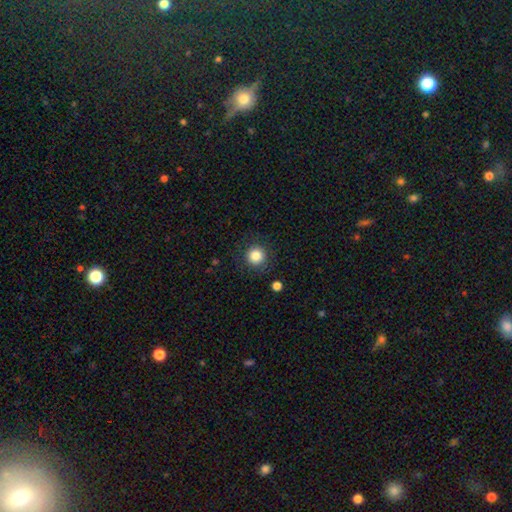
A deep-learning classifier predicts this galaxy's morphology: Smooth or featured?
  - smooth: 84% *
  - star or artifact: 11%
  - featured or disk: 5%
How rounded?
  - round: 95% *
  - in between: 4%
  - cigar-shaped: 1%
Merging?
  - none: 88% *
  - minor disturbance: 7%
  - major disturbance: 3%
  - merger: 1%